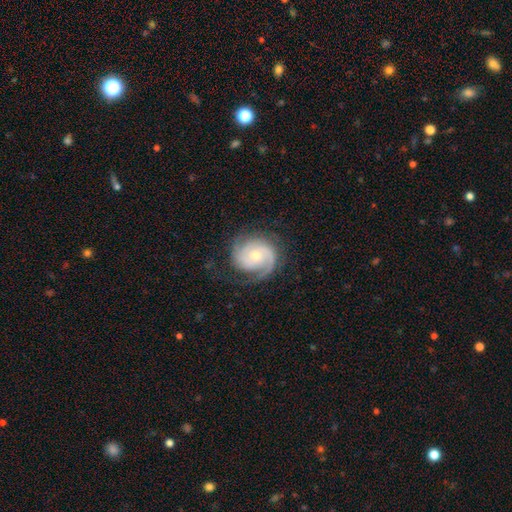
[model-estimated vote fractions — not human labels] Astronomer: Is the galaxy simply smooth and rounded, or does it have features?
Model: featured or disk — 86%.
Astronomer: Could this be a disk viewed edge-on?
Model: no — 98%.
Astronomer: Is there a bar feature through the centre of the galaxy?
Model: no — 69%.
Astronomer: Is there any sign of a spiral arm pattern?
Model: yes — 97%.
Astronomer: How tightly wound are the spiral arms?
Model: tight — 53% (runner-up: medium, 36%).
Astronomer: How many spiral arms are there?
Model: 2 — 51%.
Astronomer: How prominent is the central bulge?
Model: small — 50% (runner-up: moderate, 46%).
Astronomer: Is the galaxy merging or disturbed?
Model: none — 72%.